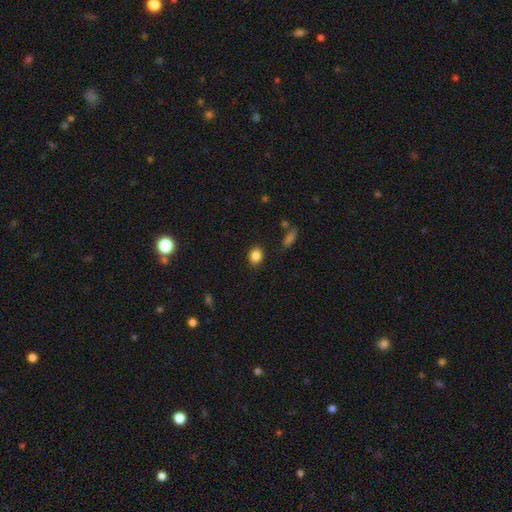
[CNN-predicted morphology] This appears to be a smooth galaxy with no disk features (85%) that is round (53%). Merging: none (87%).